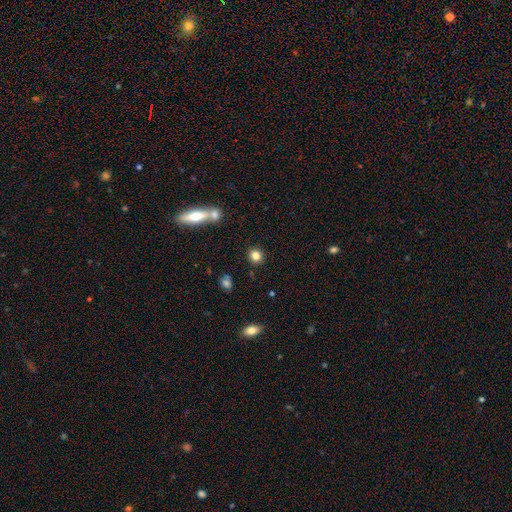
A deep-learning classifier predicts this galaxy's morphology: A smooth galaxy with no disk features (83%) that is round (86%). Merging: none (87%).